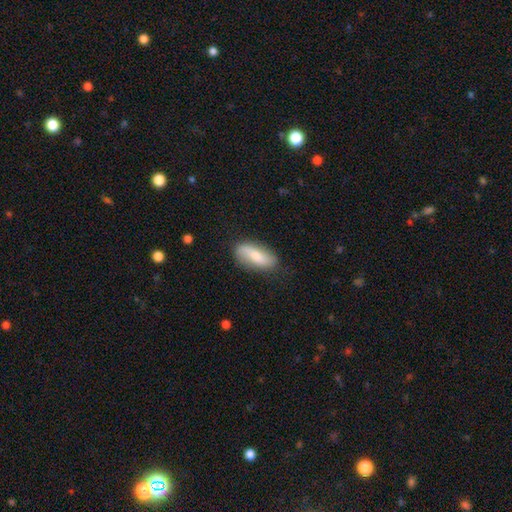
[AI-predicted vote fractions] Smooth or featured? Predicted: smooth (p=0.61). How rounded? Predicted: in between (p=0.79). Merging? Predicted: none (p=0.78).